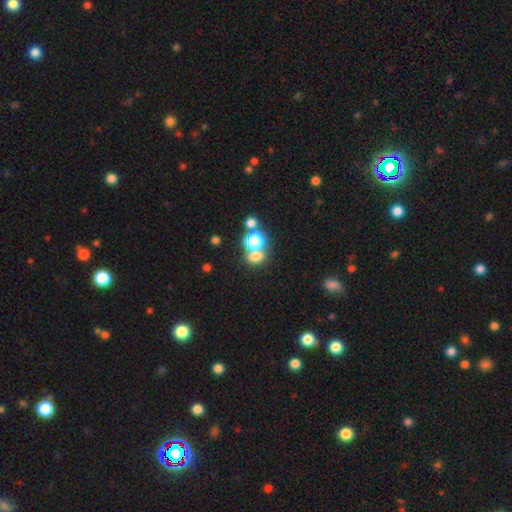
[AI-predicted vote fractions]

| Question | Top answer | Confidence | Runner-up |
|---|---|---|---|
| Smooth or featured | smooth | 69% | star or artifact (20%) |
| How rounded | round | 55% | in between (44%) |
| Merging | merger | 45% | none (42%) |